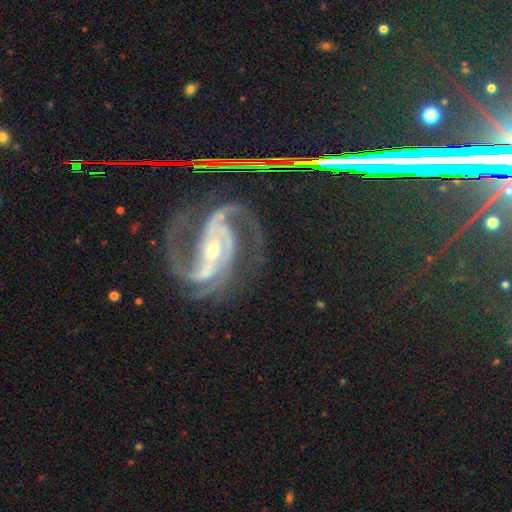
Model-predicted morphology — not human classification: The model was most divided on "spiral winding": medium: 56%, tight: 29%, loose: 16%. More confident: spiral arms — yes (98%); edge-on disk — no (97%); smooth or featured — featured or disk (87%); spiral arm count — 2 (77%); bulge size — small (69%); merging — none (67%); bar — strong (58%).